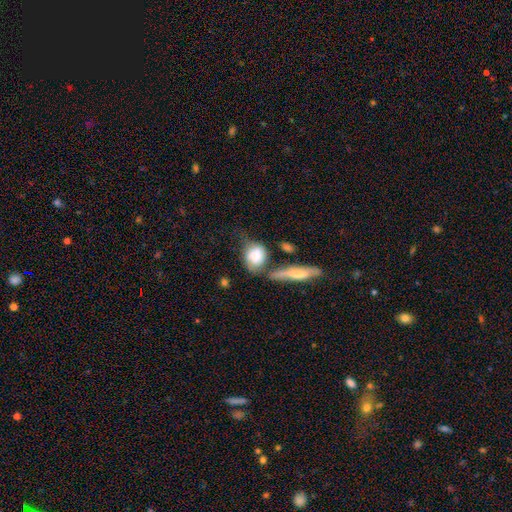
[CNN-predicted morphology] The model was most divided on "merging": none: 35%, merger: 28%, minor disturbance: 23%, major disturbance: 14%. More confident: smooth or featured — smooth (70%); how rounded — round (55%).